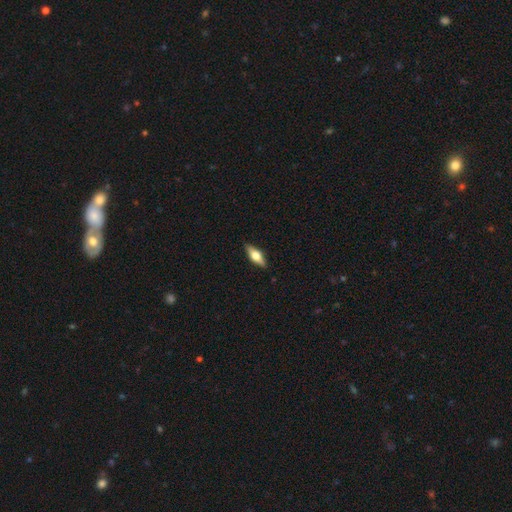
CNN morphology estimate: smooth_or_featured: featured or disk (p=0.47) [alt: smooth p=0.46]
merging: none (p=0.88) [alt: minor disturbance p=0.09]